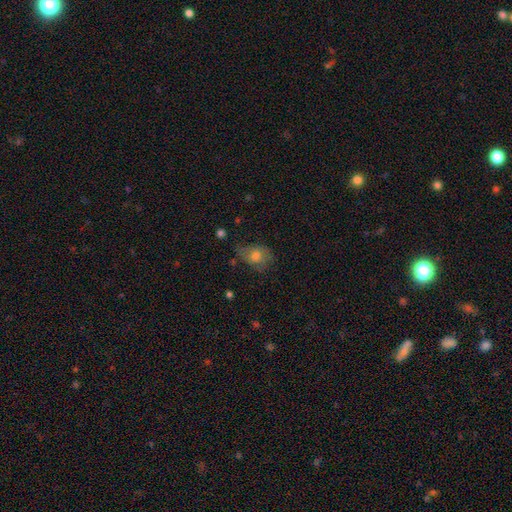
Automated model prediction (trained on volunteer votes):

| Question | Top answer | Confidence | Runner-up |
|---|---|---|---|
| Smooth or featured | smooth | 61% | featured or disk (27%) |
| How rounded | in between | 56% | round (42%) |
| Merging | none | 50% | minor disturbance (32%) |